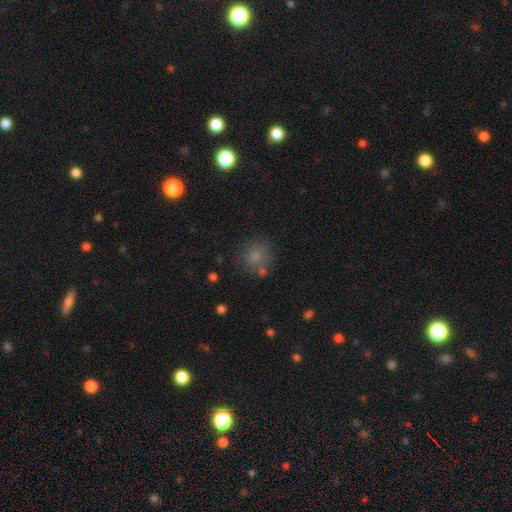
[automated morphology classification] smooth_or_featured: smooth (p=0.76) [alt: star or artifact p=0.16]
how_rounded: round (p=0.85) [alt: in between p=0.14]
merging: none (p=0.74) [alt: minor disturbance p=0.12]